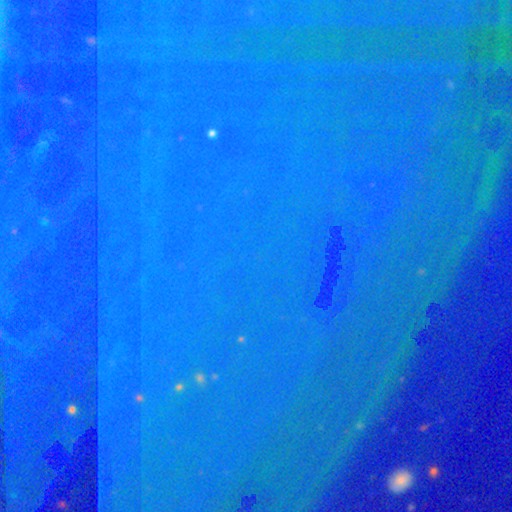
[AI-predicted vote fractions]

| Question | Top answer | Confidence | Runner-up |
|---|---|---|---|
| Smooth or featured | star or artifact | 82% | smooth (10%) |